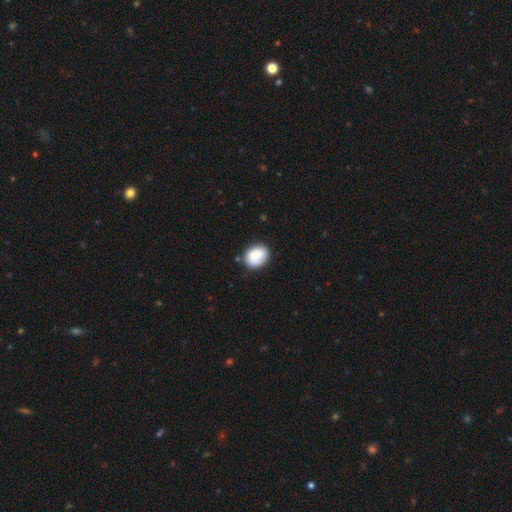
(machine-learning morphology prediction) Overall: smooth (83%). How rounded: in between (56%; round 43%). Merging: none (74%).